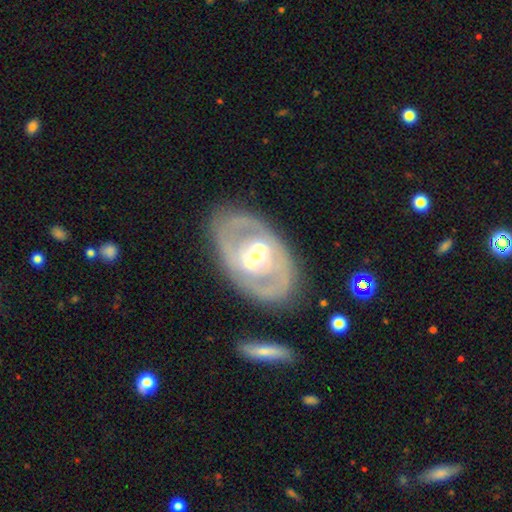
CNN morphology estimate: The model was most divided on "spiral arms": no: 52%, yes: 48%. Remaining: edge-on disk — no (92%); merging — none (78%); smooth or featured — featured or disk (76%); bulge size — moderate (65%); bar — weak (38%).